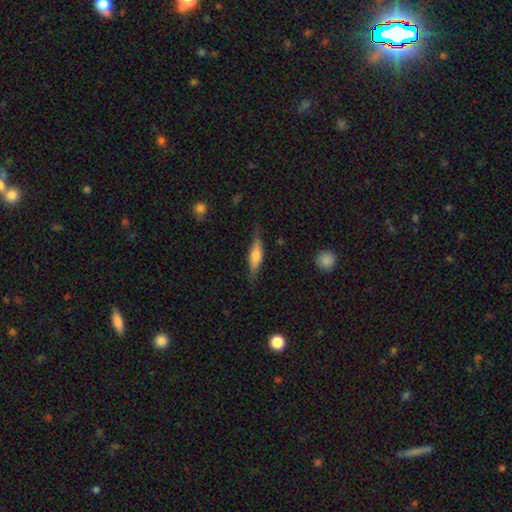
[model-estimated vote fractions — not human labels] Morphology: type=smooth (57%); roundness=cigar-shaped (56%); merging=none (72%).